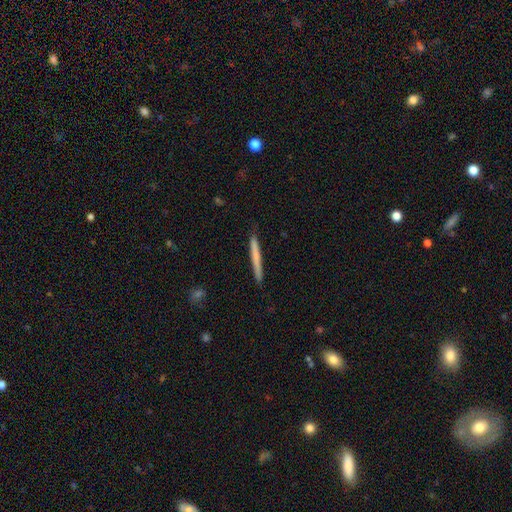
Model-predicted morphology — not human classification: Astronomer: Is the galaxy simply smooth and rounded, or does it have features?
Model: smooth — 64%.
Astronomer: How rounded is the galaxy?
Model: cigar-shaped — 97%.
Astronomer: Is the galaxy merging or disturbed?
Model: none — 90%.